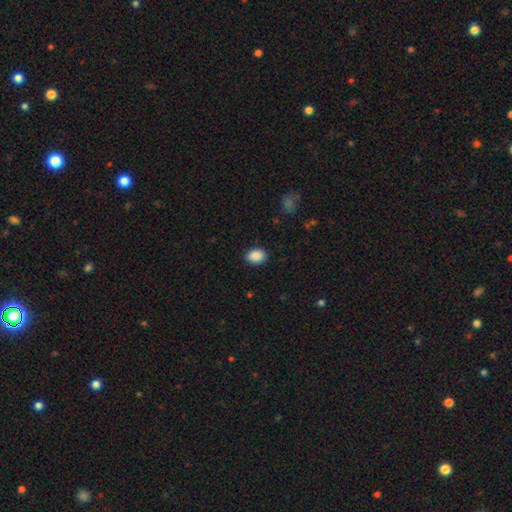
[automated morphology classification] The model was most divided on "how rounded": in between: 74%, round: 25%, cigar-shaped: 1%. More confident: smooth or featured — smooth (90%); merging — none (87%).